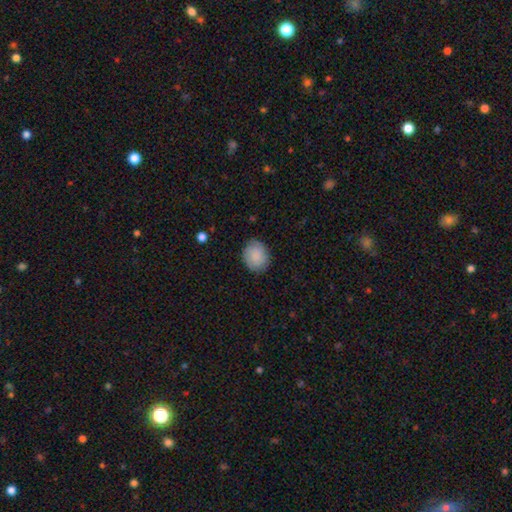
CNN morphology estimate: smooth 86%, featured or disk 8%, star or artifact 7%. Down the decision tree: how rounded — round (58%); merging — none (83%).